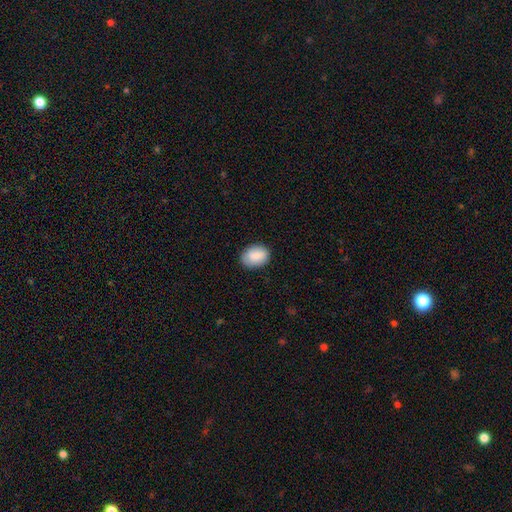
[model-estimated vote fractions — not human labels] Q: Smooth or featured?
A: smooth (88%); runner-up: star or artifact (7%)
Q: How rounded?
A: in between (77%); runner-up: round (22%)
Q: Merging?
A: none (82%); runner-up: minor disturbance (14%)